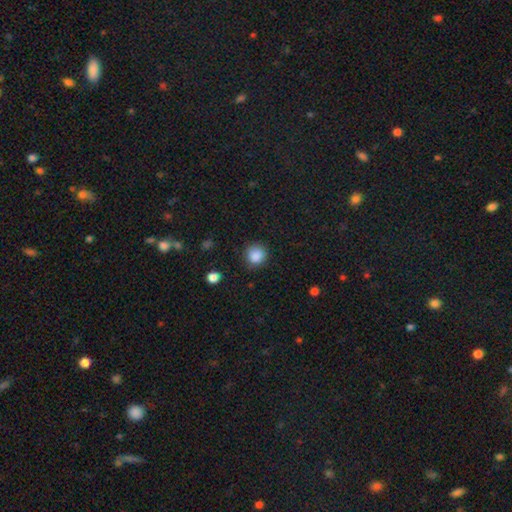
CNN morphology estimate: The model was most divided on "merging": none: 86%, minor disturbance: 9%, major disturbance: 3%, merger: 1%. More confident: how rounded — round (92%); smooth or featured — smooth (87%).